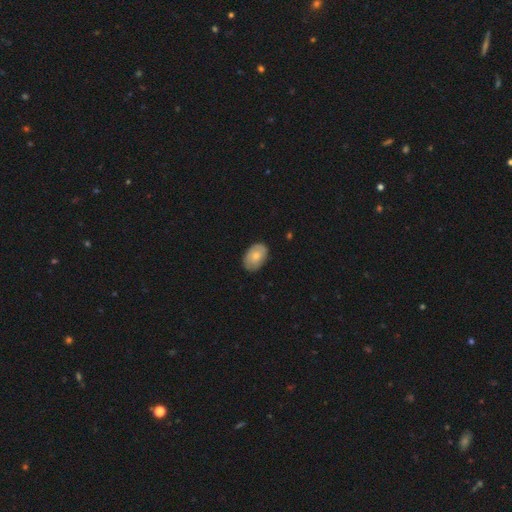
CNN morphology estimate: Overall: smooth (72%). How rounded: in between (87%). Merging: none (82%).